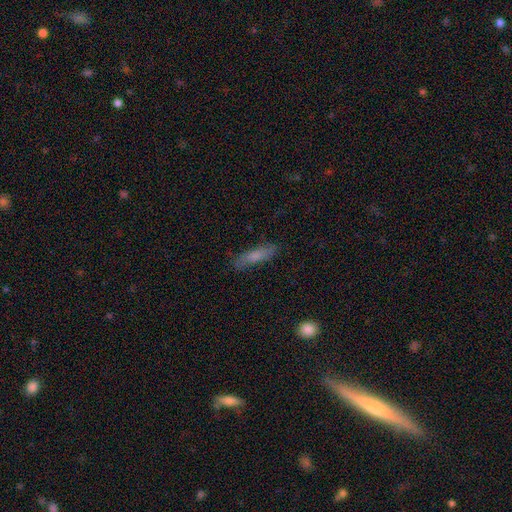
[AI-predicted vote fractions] Smooth or featured? Predicted: smooth (p=0.68). How rounded? Predicted: cigar-shaped (p=0.74). Merging? Predicted: none (p=0.82).